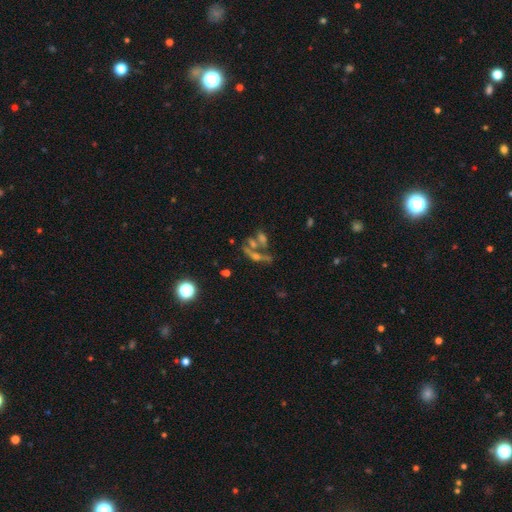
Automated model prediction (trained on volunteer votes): This appears to be a featured or disk galaxy (49%). Merging: merger (43%).